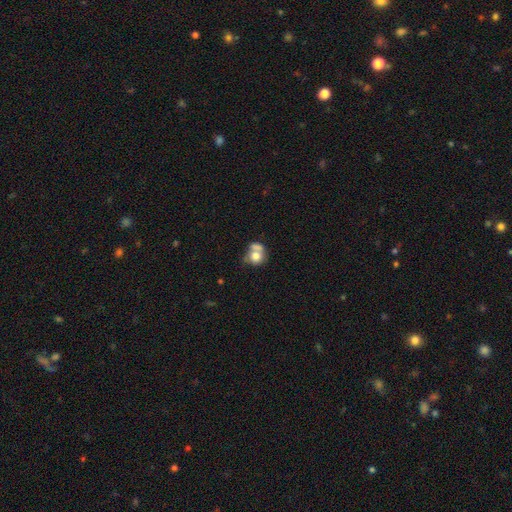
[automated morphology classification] Overall: smooth (71%). How rounded: round (75%). Merging: merger (44%; none 33%).